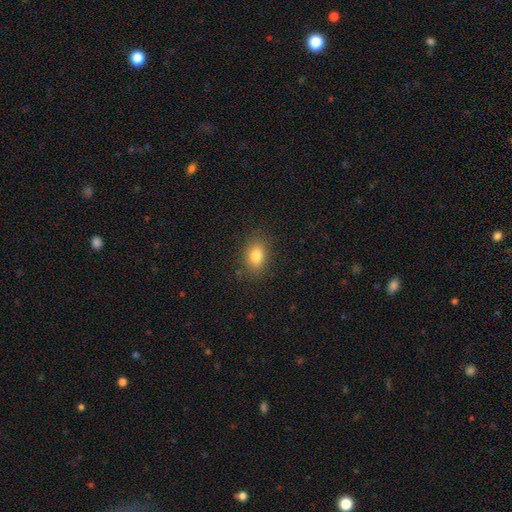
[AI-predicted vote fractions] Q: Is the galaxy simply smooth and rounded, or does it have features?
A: smooth — 81%.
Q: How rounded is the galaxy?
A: in between — 79%.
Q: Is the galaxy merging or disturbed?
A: none — 84%.